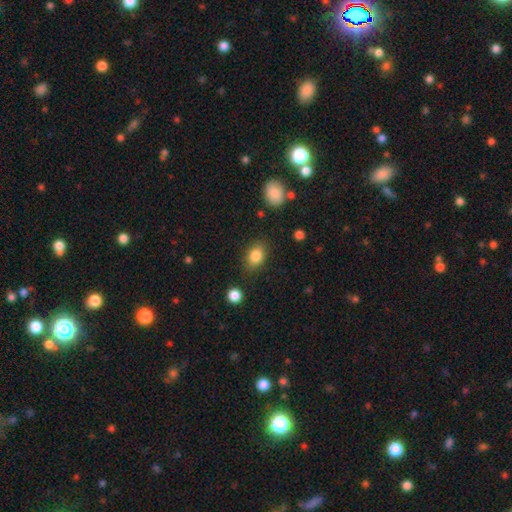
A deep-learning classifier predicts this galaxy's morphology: smooth-or-featured: smooth: 84% | star or artifact: 9% | featured or disk: 7%
  how-rounded: in between: 76% | round: 22% | cigar-shaped: 2%
  merging: none: 81% | minor disturbance: 13% | major disturbance: 4% | merger: 2%